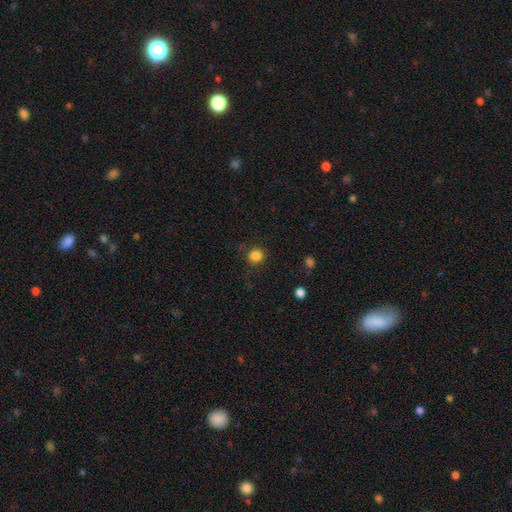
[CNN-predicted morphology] Smooth or featured: smooth — 85% (star or artifact — 12%)
How rounded: round — 92% (in between — 7%)
Merging: none — 87% (minor disturbance — 8%)